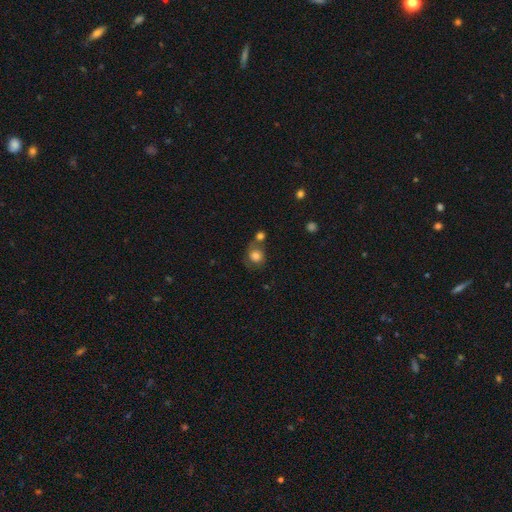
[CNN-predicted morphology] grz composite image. It shows a smooth galaxy with no disk features (77%) that is round (81%). Merging: none (49%).